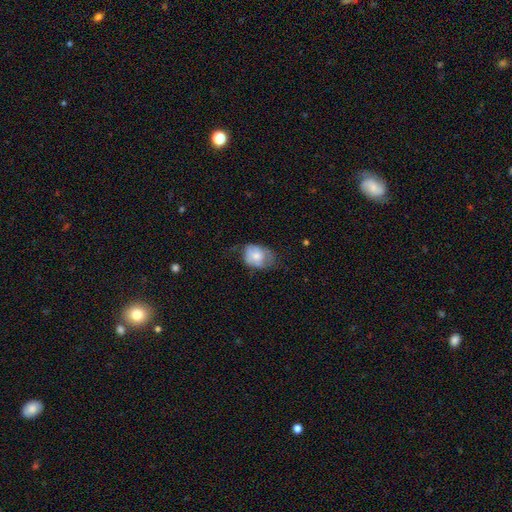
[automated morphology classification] type=smooth (69%); roundness=in between (63%); merging=none (40%).